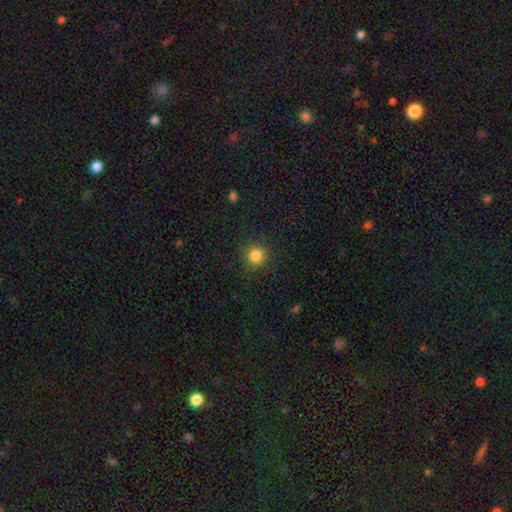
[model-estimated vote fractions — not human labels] Smooth or featured? Predicted: smooth (p=0.84). How rounded? Predicted: round (p=0.93). Merging? Predicted: none (p=0.89).